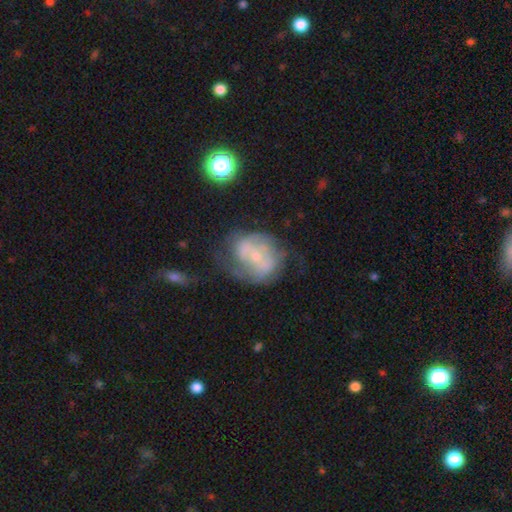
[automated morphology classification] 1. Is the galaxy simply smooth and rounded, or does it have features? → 66% featured or disk, 25% smooth, 9% star or artifact.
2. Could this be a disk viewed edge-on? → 96% no, 4% yes.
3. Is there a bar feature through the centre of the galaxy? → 52% no, 35% weak, 13% strong.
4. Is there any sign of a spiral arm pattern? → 65% yes, 35% no.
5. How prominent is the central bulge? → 68% small, 25% moderate, 4% none, 2% large, 1% dominant.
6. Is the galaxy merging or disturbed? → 47% none, 25% minor disturbance, 22% major disturbance, 6% merger.